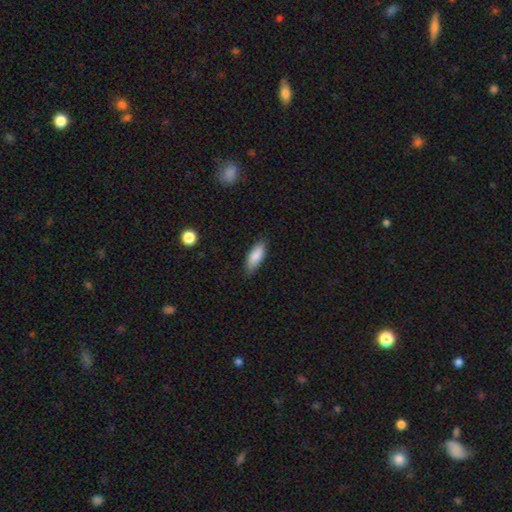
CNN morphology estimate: The model was most divided on "how rounded": in between: 74%, cigar-shaped: 24%, round: 2%. More confident: smooth or featured — smooth (85%); merging — none (80%).